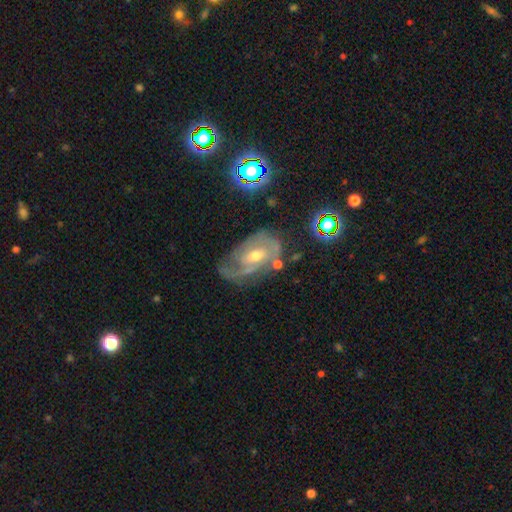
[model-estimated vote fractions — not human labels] Smooth or featured? Predicted: featured or disk (p=0.80). Edge-on disk? Predicted: no (p=0.96). Bar? Predicted: no (p=0.44, tied with weak). Spiral arms? Predicted: yes (p=0.90). Spiral winding? Predicted: tight (p=0.47). Spiral arm count? Predicted: 2 (p=0.39). Bulge size? Predicted: moderate (p=0.59). Merging? Predicted: none (p=0.53).